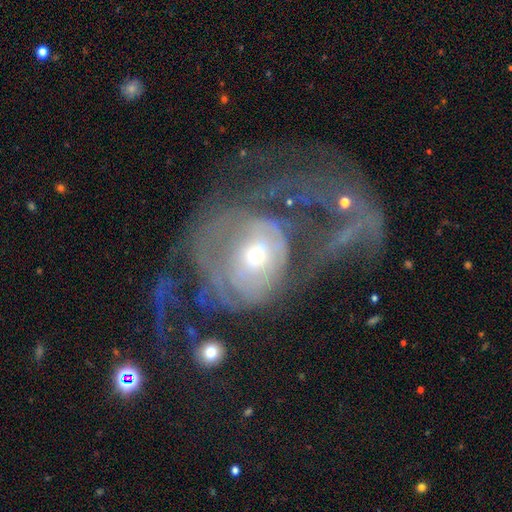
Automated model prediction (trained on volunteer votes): Smooth or featured?
  - featured or disk: 72% *
  - smooth: 19%
  - star or artifact: 9%
Edge-on disk?
  - no: 96% *
  - yes: 4%
Bar?
  - no: 78% *
  - weak: 16%
  - strong: 6%
Spiral arms?
  - yes: 55% *
  - no: 45%
Bulge size?
  - small: 50% *
  - moderate: 43%
  - large: 4%
  - dominant: 2%
  - none: 1%
Merging?
  - major disturbance: 64% *
  - merger: 14%
  - none: 13%
  - minor disturbance: 9%